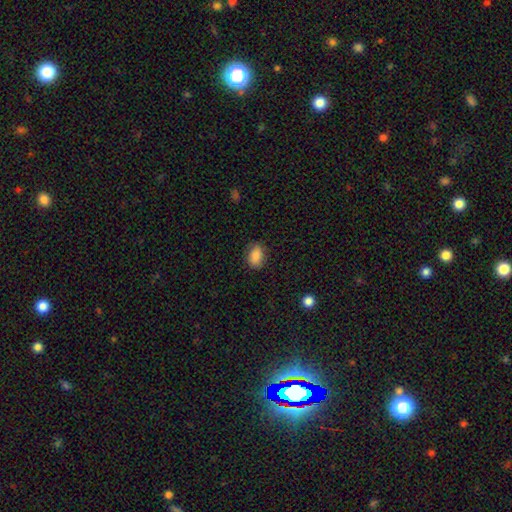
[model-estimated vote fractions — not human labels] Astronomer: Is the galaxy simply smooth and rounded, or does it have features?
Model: smooth — 86%.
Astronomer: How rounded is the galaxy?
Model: in between — 80%.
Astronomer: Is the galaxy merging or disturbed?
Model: none — 84%.